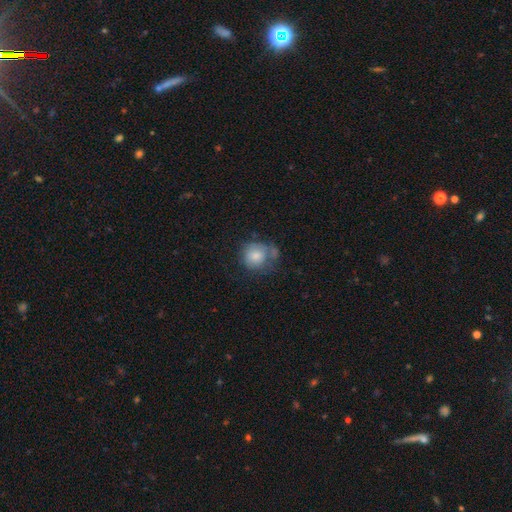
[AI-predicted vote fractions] Smooth or featured: smooth — 72% (featured or disk — 20%)
How rounded: round — 78% (in between — 21%)
Merging: none — 39% (minor disturbance — 28%)